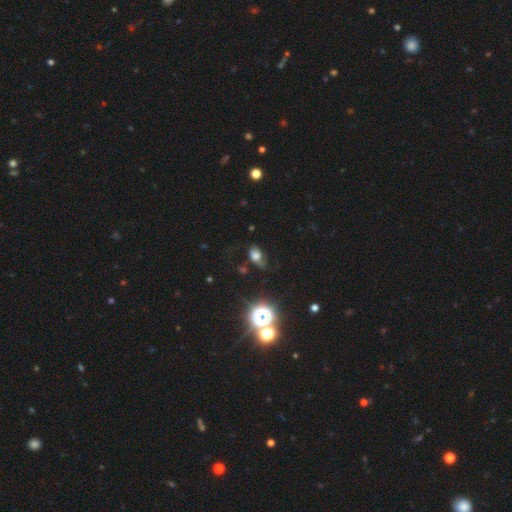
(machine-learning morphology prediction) Smooth or featured? smooth (64%)
How rounded? in between (75%)
Merging? none (46%)